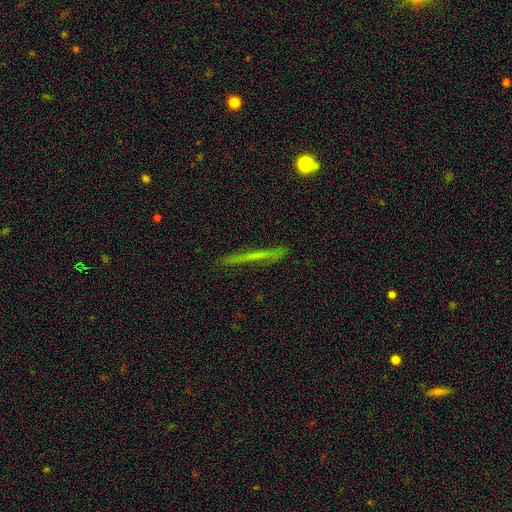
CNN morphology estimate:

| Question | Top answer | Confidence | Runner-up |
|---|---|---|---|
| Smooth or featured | featured or disk | 47% | smooth (44%) |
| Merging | none | 86% | minor disturbance (9%) |